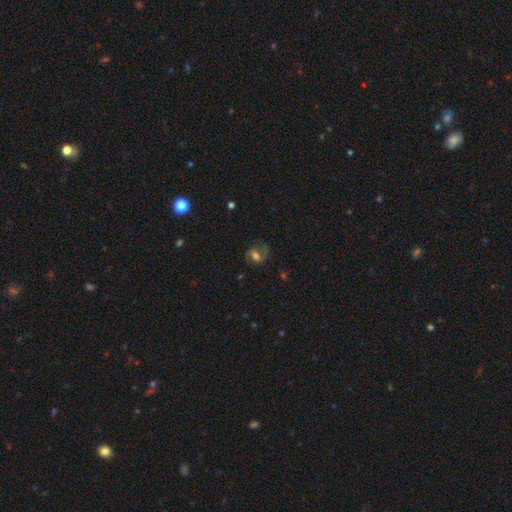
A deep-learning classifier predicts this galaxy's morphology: A featured or disk galaxy (54%) with a weak bar (42%), spiral arms (79%) and a moderate central bulge (50%). Merging: none (63%).